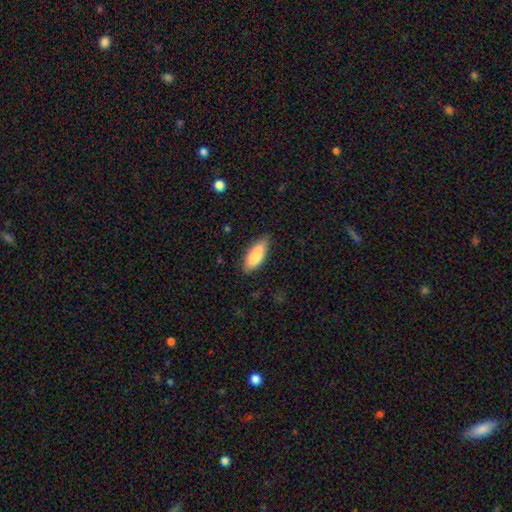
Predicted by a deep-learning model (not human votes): Smooth or featured: smooth — 84% (featured or disk — 10%)
How rounded: in between — 76% (cigar-shaped — 22%)
Merging: none — 78% (minor disturbance — 17%)